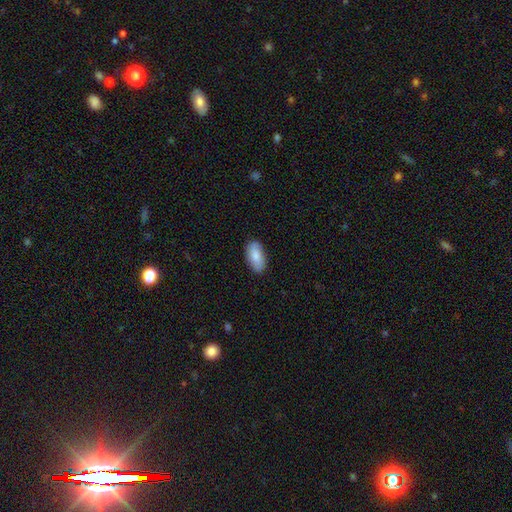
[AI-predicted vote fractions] smooth_or_featured: smooth (p=0.84) [alt: featured or disk p=0.10]
how_rounded: in between (p=0.91) [alt: cigar-shaped p=0.06]
merging: none (p=0.84) [alt: minor disturbance p=0.12]